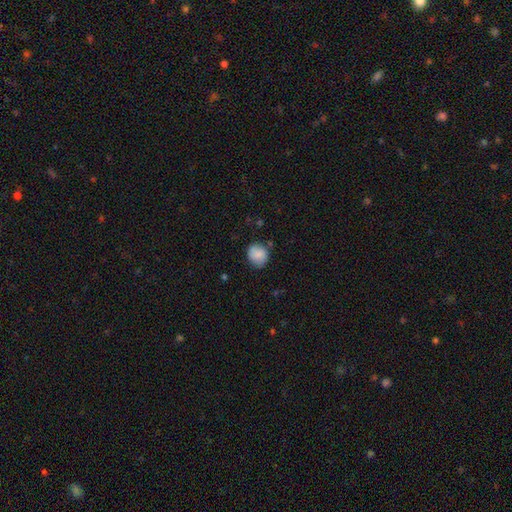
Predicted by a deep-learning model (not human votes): Smooth or featured: smooth — 80% (featured or disk — 12%)
How rounded: round — 78% (in between — 21%)
Merging: none — 75% (minor disturbance — 18%)